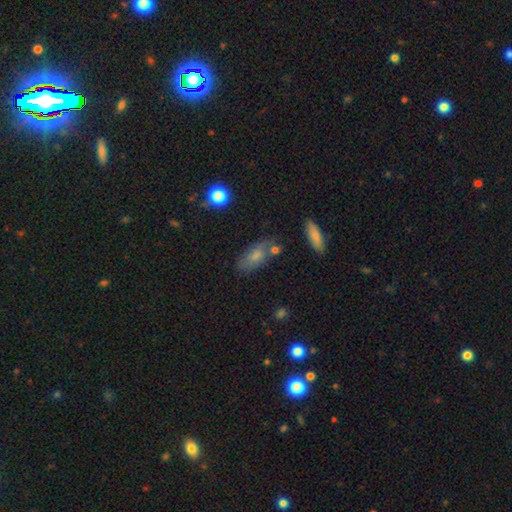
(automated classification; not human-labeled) This is likely a smooth galaxy (69%). How rounded: clearly in between (82%). Merging: likely none (66%).